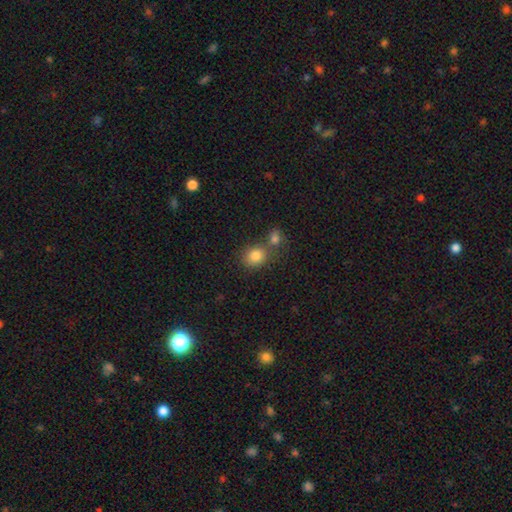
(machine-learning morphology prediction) Smooth or featured? smooth (82%)
How rounded? round (61%)
Merging? none (50%)